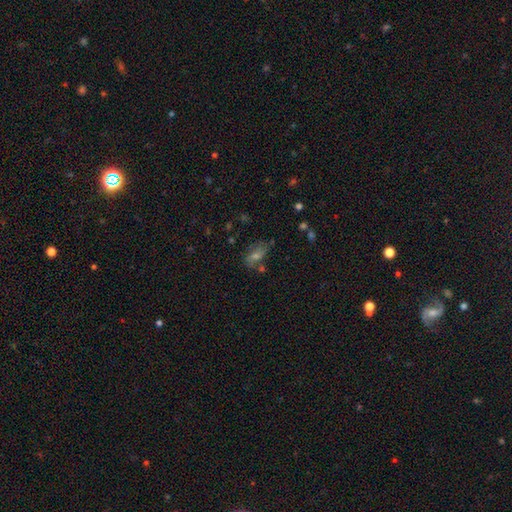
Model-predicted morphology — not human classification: This appears to be a smooth galaxy with no disk features (42%). Merging: none (65%).